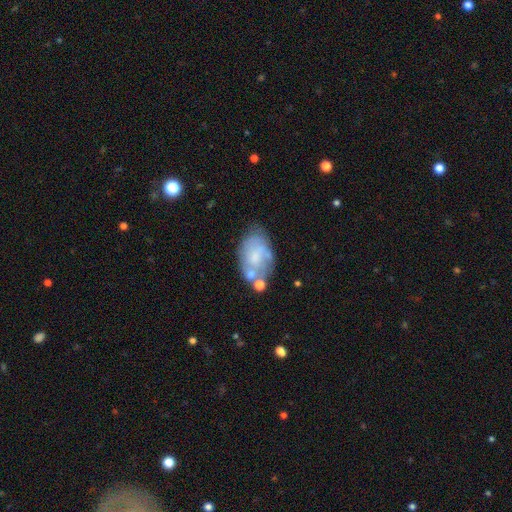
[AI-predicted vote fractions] smooth-or-featured: featured or disk: 51% | smooth: 40% | star or artifact: 8%
  disk-edge-on: no: 96% | yes: 4%
  merging: none: 48% | minor disturbance: 26% | merger: 14% | major disturbance: 13%